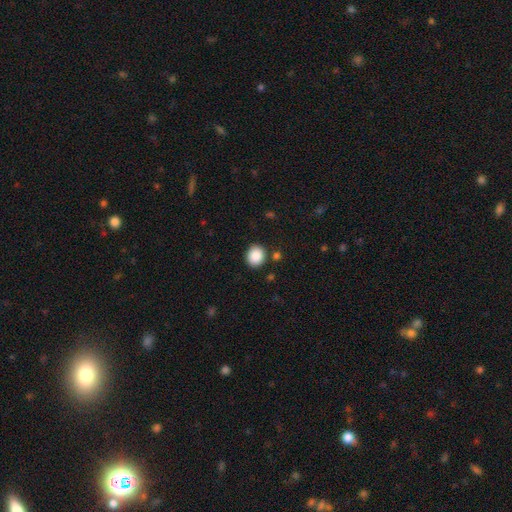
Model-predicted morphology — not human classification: Smooth or featured?
  - smooth: 89% *
  - star or artifact: 8%
  - featured or disk: 3%
How rounded?
  - round: 74% *
  - in between: 25%
  - cigar-shaped: 1%
Merging?
  - none: 85% *
  - minor disturbance: 9%
  - merger: 3%
  - major disturbance: 3%